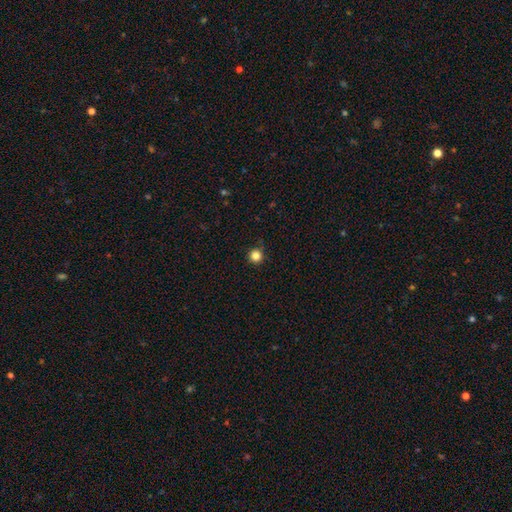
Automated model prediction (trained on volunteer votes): Smooth or featured: smooth — 84% (star or artifact — 12%)
How rounded: round — 96% (in between — 3%)
Merging: none — 88% (minor disturbance — 9%)